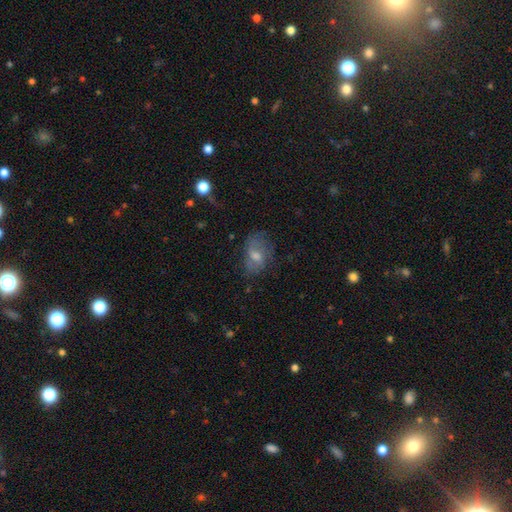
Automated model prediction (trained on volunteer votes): The model was most divided on "smooth or featured": featured or disk: 45%, smooth: 41%, star or artifact: 14%. More confident: merging — none (56%).